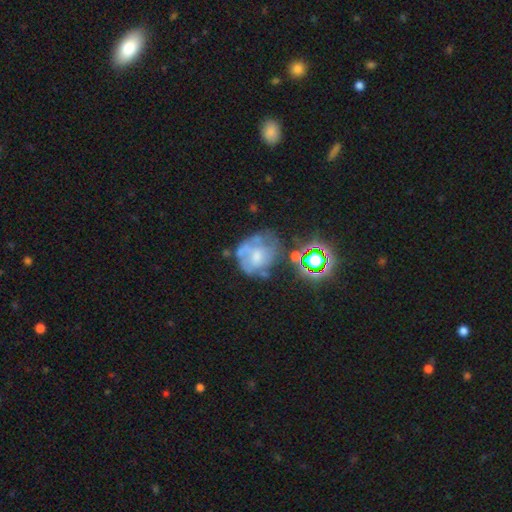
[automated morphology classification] smooth-or-featured: featured or disk: 46% | smooth: 37% | star or artifact: 16%
  merging: none: 37% | major disturbance: 25% | minor disturbance: 25% | merger: 13%